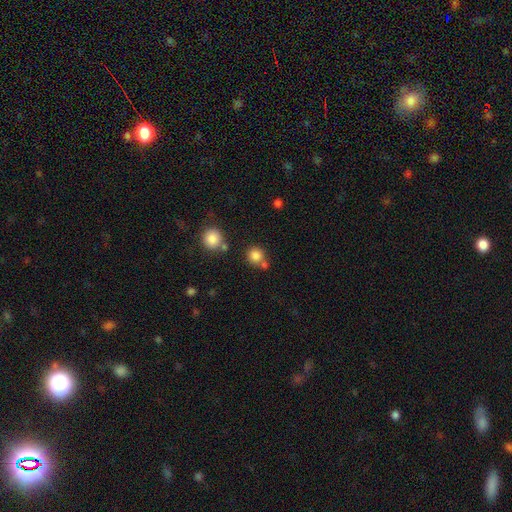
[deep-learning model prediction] Smooth or featured? Predicted: smooth (p=0.82). How rounded? Predicted: round (p=0.90). Merging? Predicted: none (p=0.68).